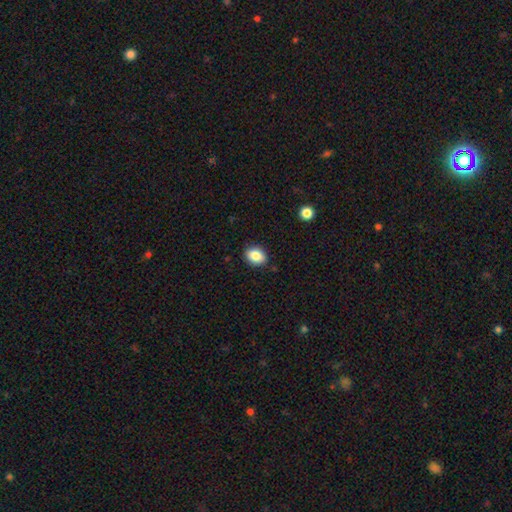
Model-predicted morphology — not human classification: A smooth galaxy with no disk features (86%) that is in between round and cigar-shaped (63%). Merging: none (88%).